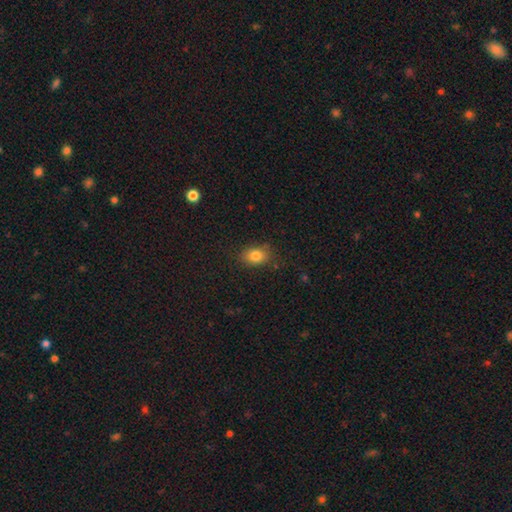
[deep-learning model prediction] The model was most divided on "how rounded": in between: 67%, round: 31%, cigar-shaped: 1%. More confident: smooth or featured — smooth (82%); merging — none (81%).